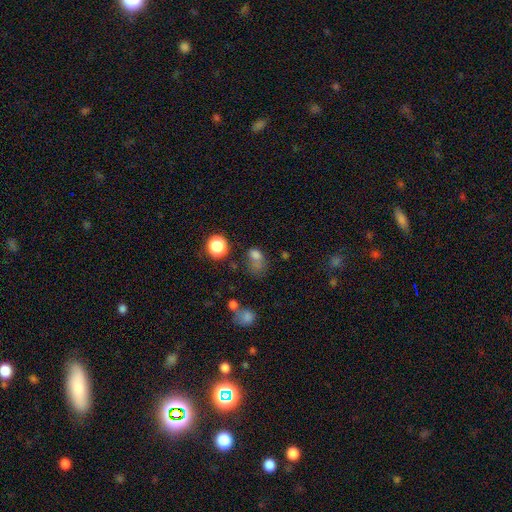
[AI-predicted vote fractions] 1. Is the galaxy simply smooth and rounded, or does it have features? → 71% smooth, 18% star or artifact, 11% featured or disk.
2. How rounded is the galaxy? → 62% in between, 36% round, 2% cigar-shaped.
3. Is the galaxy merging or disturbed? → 31% none, 26% major disturbance, 22% merger, 21% minor disturbance.